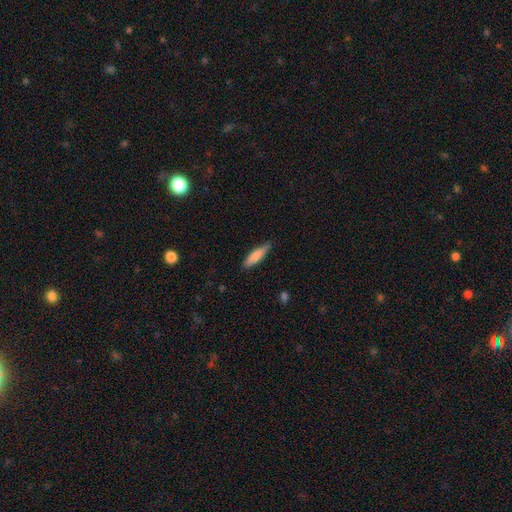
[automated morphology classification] Smooth or featured: smooth — 78% (featured or disk — 16%)
How rounded: cigar-shaped — 74% (in between — 25%)
Merging: none — 79% (minor disturbance — 17%)